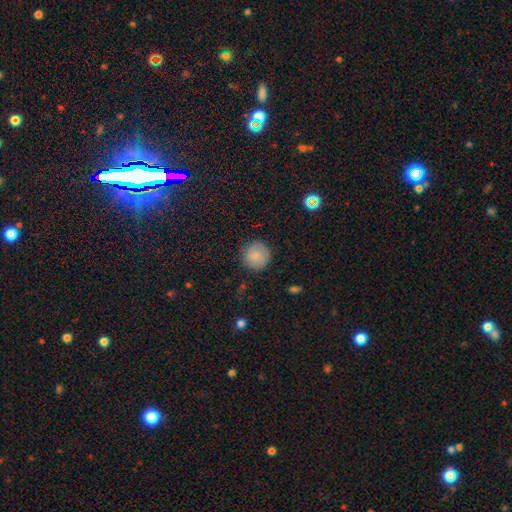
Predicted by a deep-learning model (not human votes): The model was most divided on "smooth or featured": smooth: 76%, featured or disk: 15%, star or artifact: 9%. More confident: how rounded — round (93%); merging — none (85%).